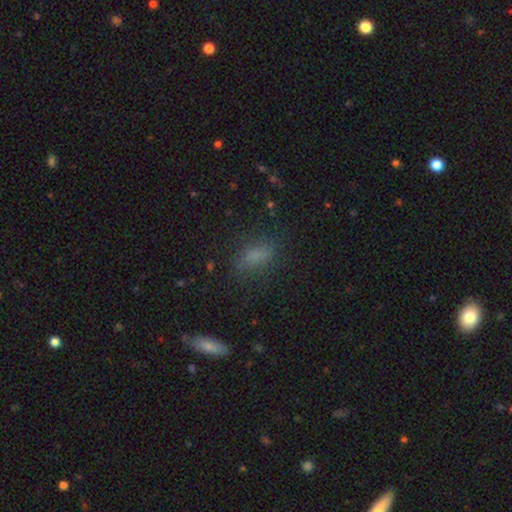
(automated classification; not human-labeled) Morphology: type=smooth (75%); roundness=in between (76%); merging=none (76%).